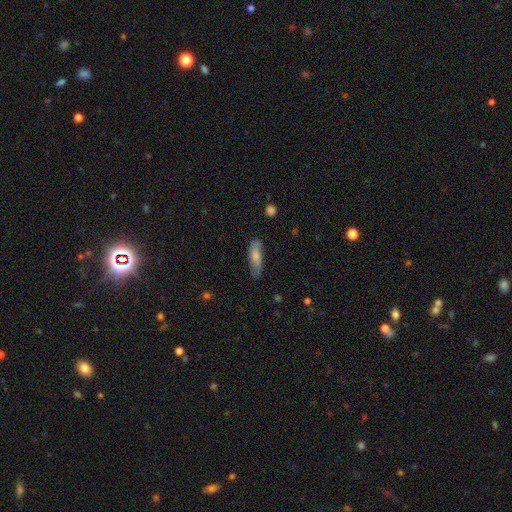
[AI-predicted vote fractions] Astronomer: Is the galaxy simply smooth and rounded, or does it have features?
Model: smooth — 70%.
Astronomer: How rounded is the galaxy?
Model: in between — 53% (runner-up: cigar-shaped, 45%).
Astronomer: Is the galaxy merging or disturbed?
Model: none — 69%.